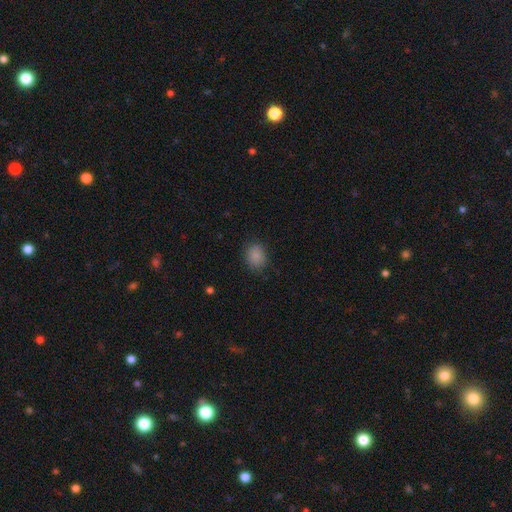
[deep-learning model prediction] A smooth galaxy with no disk features (86%) that is round (51%). Merging: none (84%).